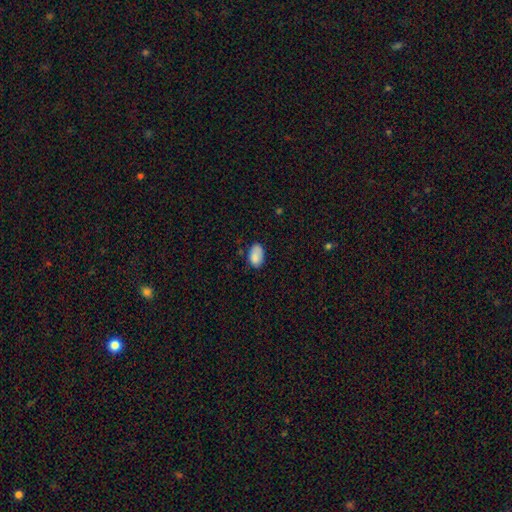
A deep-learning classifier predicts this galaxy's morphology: Smooth or featured?
  - smooth: 86% *
  - star or artifact: 8%
  - featured or disk: 7%
How rounded?
  - in between: 91% *
  - round: 8%
  - cigar-shaped: 1%
Merging?
  - none: 68% *
  - minor disturbance: 25%
  - major disturbance: 5%
  - merger: 3%